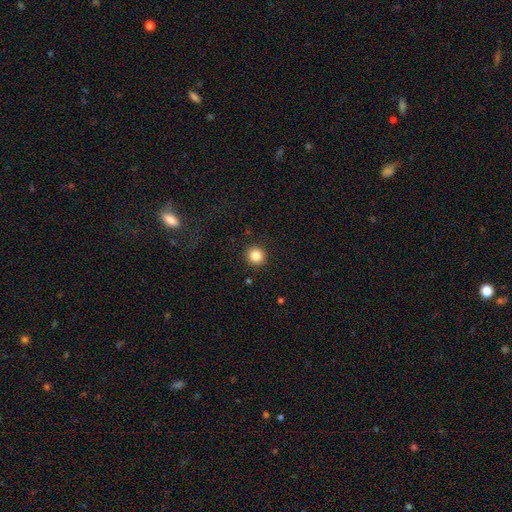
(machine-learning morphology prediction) smooth-or-featured: smooth: 84% | star or artifact: 11% | featured or disk: 5%
  how-rounded: round: 93% | in between: 6% | cigar-shaped: 1%
  merging: none: 91% | minor disturbance: 5% | major disturbance: 2% | merger: 1%